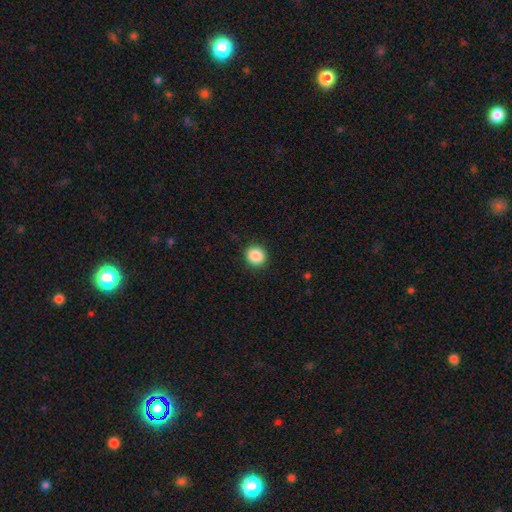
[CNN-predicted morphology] Smooth or featured?
  - smooth: 88% *
  - star or artifact: 9%
  - featured or disk: 3%
How rounded?
  - round: 91% *
  - in between: 8%
  - cigar-shaped: 1%
Merging?
  - none: 92% *
  - minor disturbance: 6%
  - major disturbance: 2%
  - merger: 1%